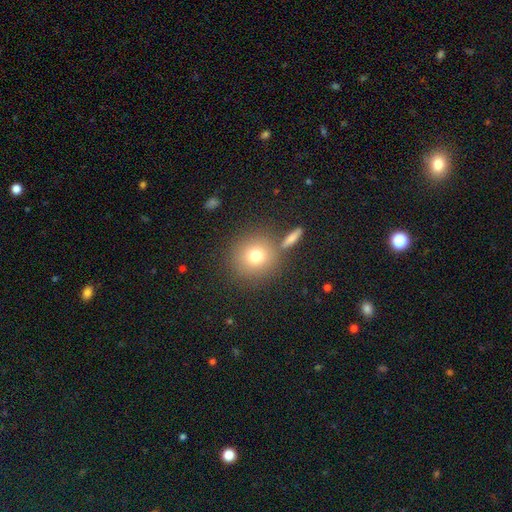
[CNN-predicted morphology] A smooth galaxy with no disk features (75%) that is round (90%).

Vote fractions:
- Smooth or featured? smooth: 75% / star or artifact: 13% / featured or disk: 12%
- How rounded? round: 90% / in between: 8% / cigar-shaped: 1%
- Merging? none: 77% / merger: 11% / minor disturbance: 9% / major disturbance: 4%